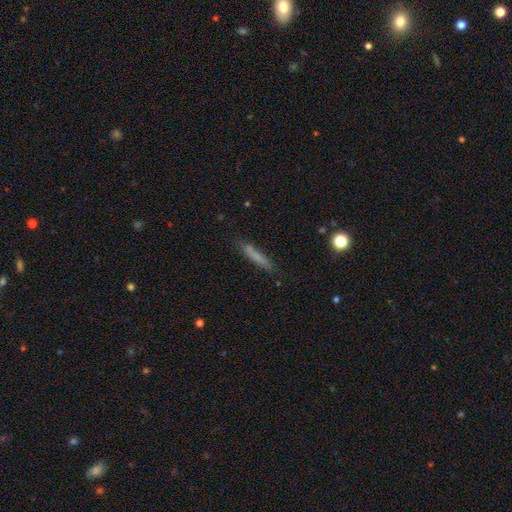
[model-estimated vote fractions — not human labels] smooth-or-featured: smooth: 69% | featured or disk: 22% | star or artifact: 9%
  how-rounded: cigar-shaped: 93% | in between: 6% | round: 2%
  merging: none: 80% | minor disturbance: 14% | major disturbance: 3% | merger: 2%